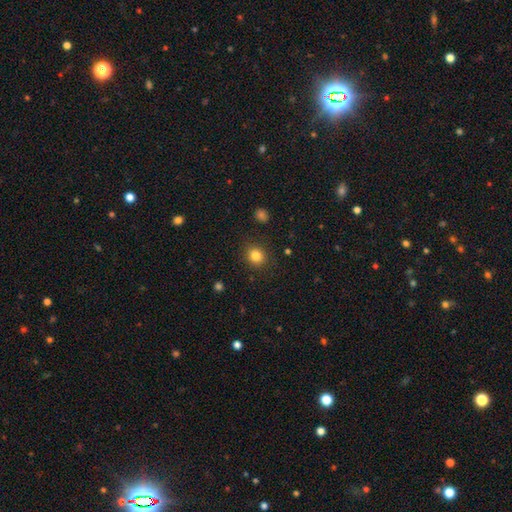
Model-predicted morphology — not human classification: Overall: smooth (83%). How rounded: round (80%). Merging: none (88%).